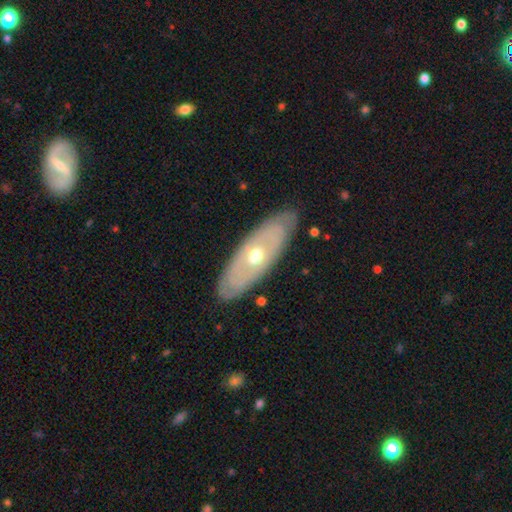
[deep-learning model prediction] Smooth or featured: featured or disk — 66% (smooth — 29%)
Edge-on disk: no — 77% (yes — 23%)
Bar: no — 87% (weak — 10%)
Spiral arms: no — 65% (yes — 35%)
Bulge size: moderate — 67% (small — 28%)
Merging: none — 84% (minor disturbance — 12%)